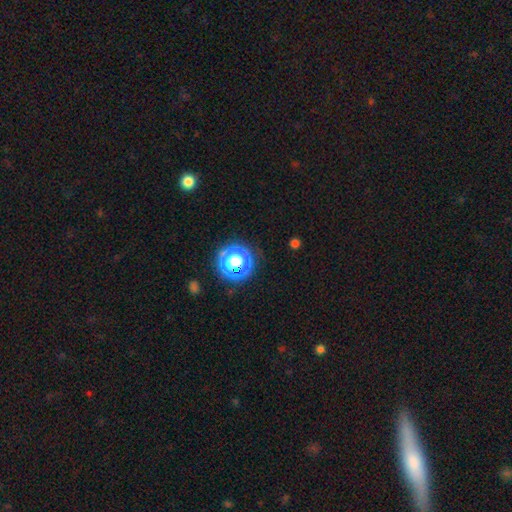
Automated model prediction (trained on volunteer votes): star or artifact 60%, smooth 31%, featured or disk 10%.